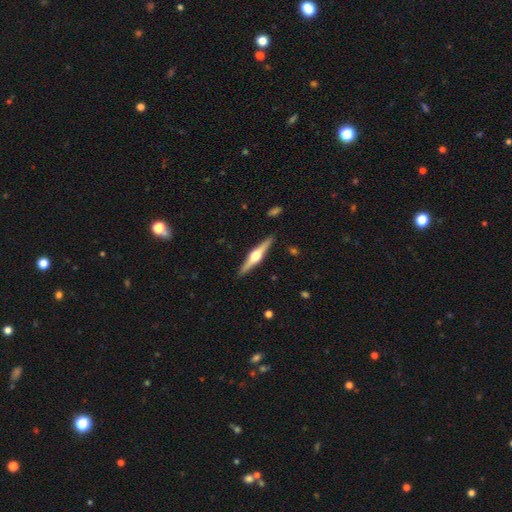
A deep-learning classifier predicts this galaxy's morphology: Overall: featured or disk (77%). Edge-on disk: yes (98%). Edge-on bulge: rounded (95%). Merging: none (91%).